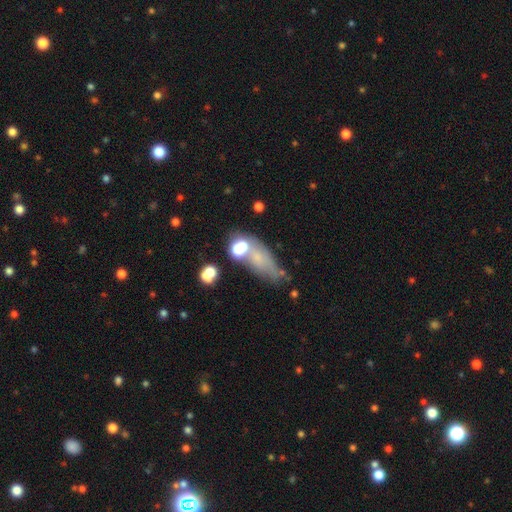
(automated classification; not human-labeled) Smooth or featured: smooth — 56% (featured or disk — 26%)
How rounded: in between — 65% (cigar-shaped — 23%)
Merging: none — 38% (minor disturbance — 22%)